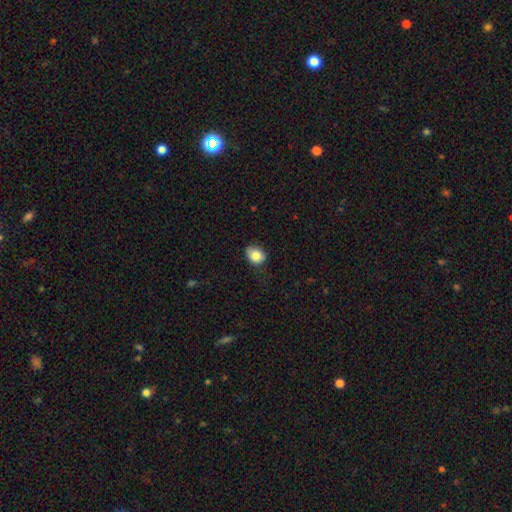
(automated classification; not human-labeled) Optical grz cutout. It shows a smooth galaxy with no disk features (83%) that is in between round and cigar-shaped (52%). Merging: none (70%).